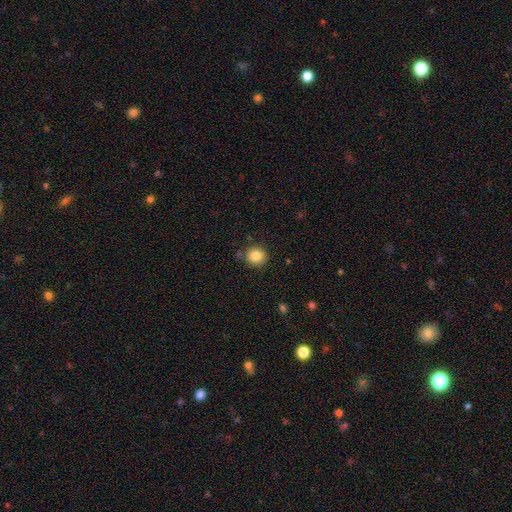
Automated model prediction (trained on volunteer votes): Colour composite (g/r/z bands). It shows a smooth galaxy with no disk features (84%) that is round (87%). Merging: none (84%).